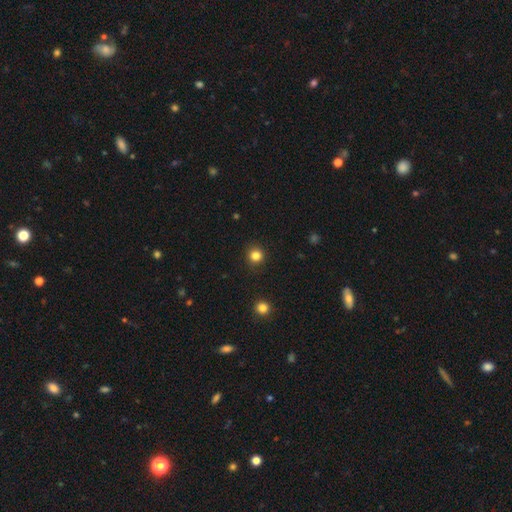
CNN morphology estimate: This appears to be a smooth galaxy with no disk features (82%) that is round (92%). Merging: none (91%).